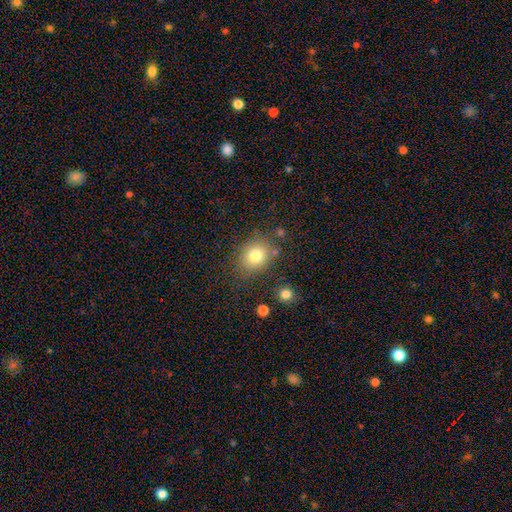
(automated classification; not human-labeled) Overall: smooth (79%). How rounded: round (66%; in between 33%). Merging: none (78%).